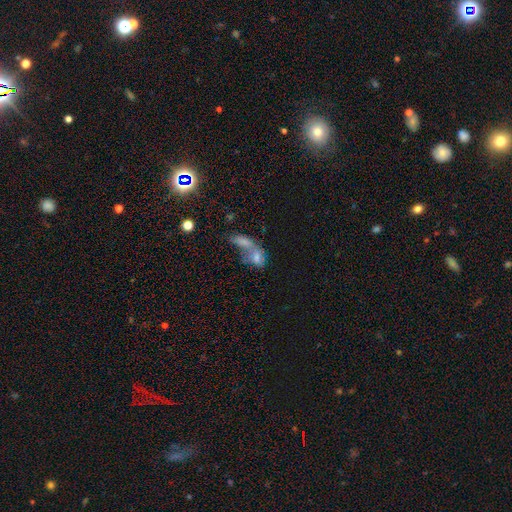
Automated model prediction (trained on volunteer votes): Overall: smooth (59%; featured or disk 26%). How rounded: in between (77%). Merging: merger (71%).